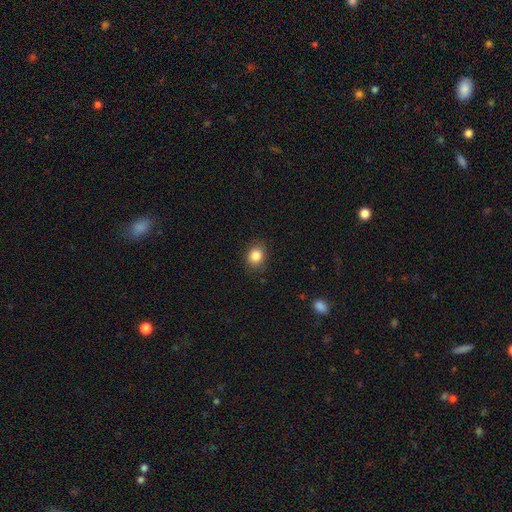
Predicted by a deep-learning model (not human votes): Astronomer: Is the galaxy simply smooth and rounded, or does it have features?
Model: smooth — 85%.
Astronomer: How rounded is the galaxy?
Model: round — 62% (runner-up: in between, 37%).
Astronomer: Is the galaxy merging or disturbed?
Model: none — 85%.